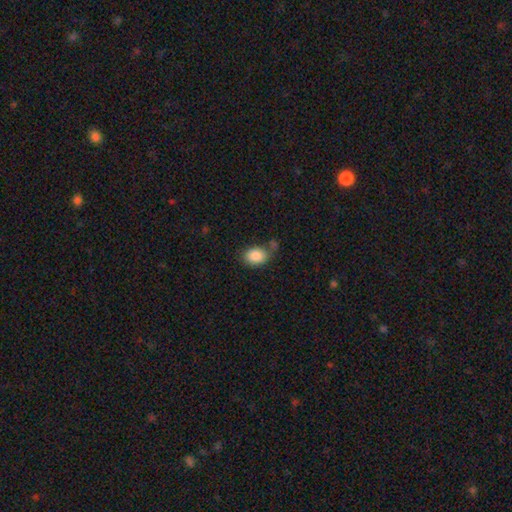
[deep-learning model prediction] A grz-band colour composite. It shows a smooth galaxy with no disk features (87%) that is in between round and cigar-shaped (73%). Merging: none (63%).